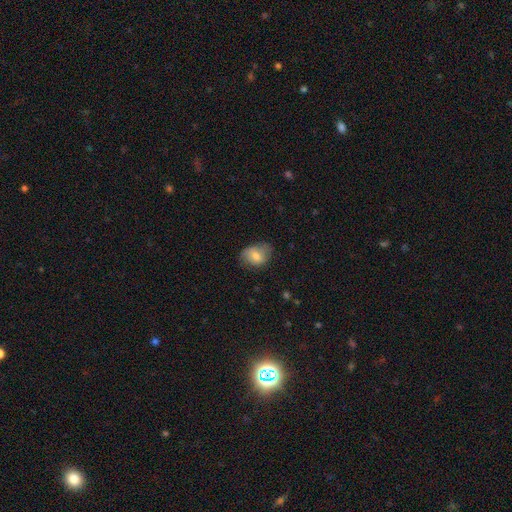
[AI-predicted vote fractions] Smooth or featured: smooth — 69% (featured or disk — 23%)
How rounded: in between — 68% (round — 31%)
Merging: none — 63% (minor disturbance — 28%)